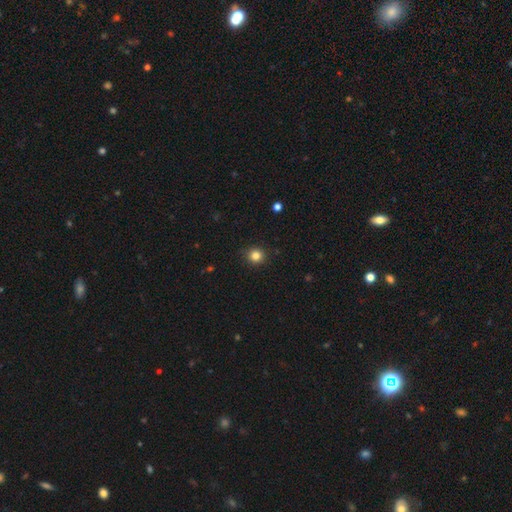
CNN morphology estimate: A smooth galaxy with no disk features (83%) that is round (90%).

Vote fractions:
- Smooth or featured? smooth: 83% / star or artifact: 12% / featured or disk: 5%
- How rounded? round: 90% / in between: 9% / cigar-shaped: 1%
- Merging? none: 91% / minor disturbance: 6% / major disturbance: 2% / merger: 1%